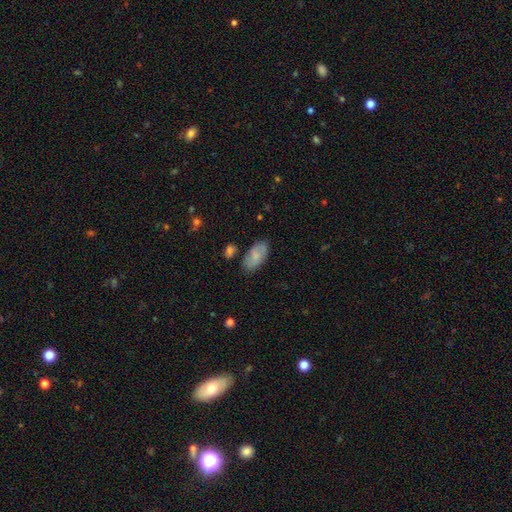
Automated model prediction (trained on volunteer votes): Morphology: type=smooth (68%); roundness=in between (93%); merging=none (75%).